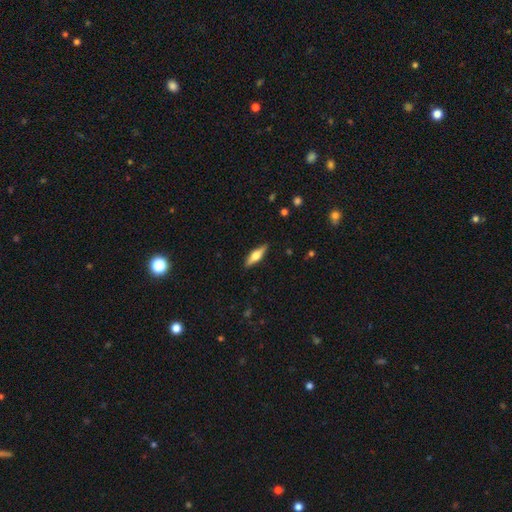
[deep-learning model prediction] The model was most divided on "smooth or featured": featured or disk: 51%, smooth: 43%, star or artifact: 6%. More confident: edge-on disk — yes (94%); merging — none (89%).